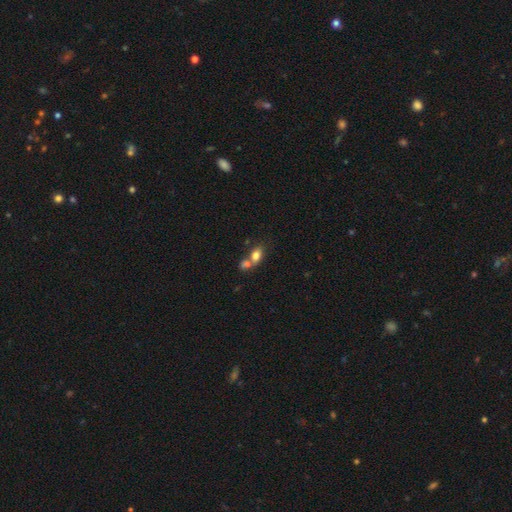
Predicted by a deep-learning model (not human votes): smooth 78%, featured or disk 13%, star or artifact 9%. Down the decision tree: how rounded — in between (79%); merging — merger (54%).